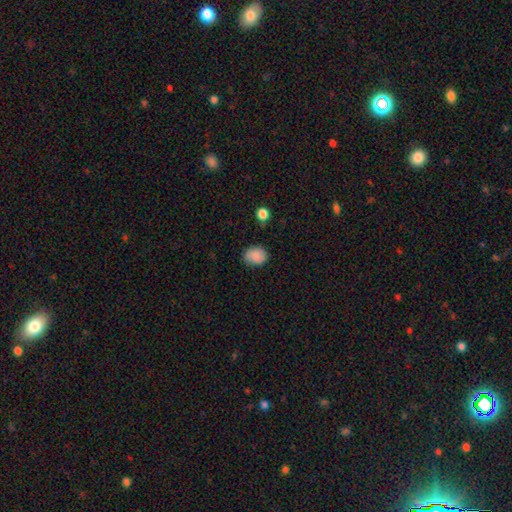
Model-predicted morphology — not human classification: Smooth or featured? smooth (87%)
How rounded? in between (51%)
Merging? none (75%)